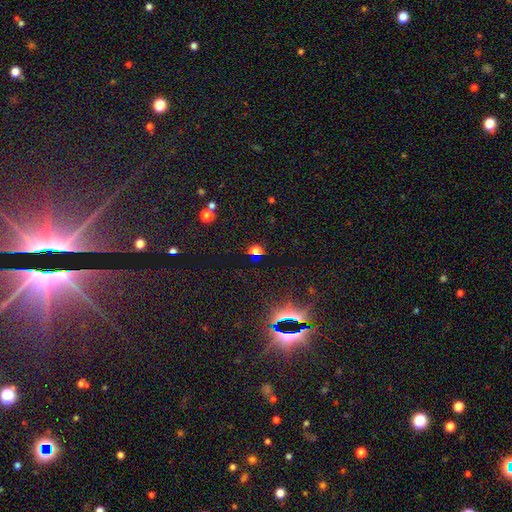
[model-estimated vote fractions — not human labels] smooth_or_featured: star or artifact (p=0.58) [alt: smooth p=0.34]